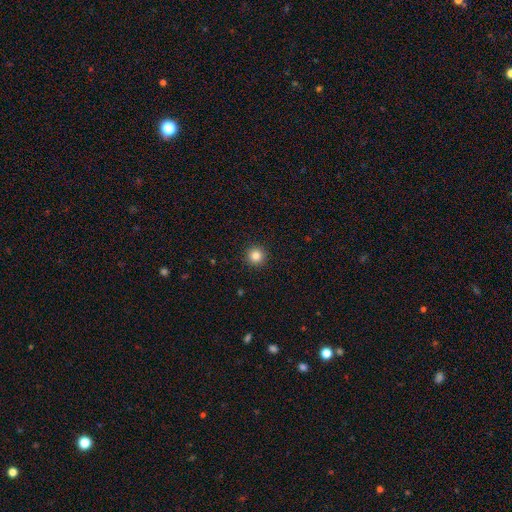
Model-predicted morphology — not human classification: A smooth galaxy with no disk features (83%) that is round (96%). Merging: none (93%).